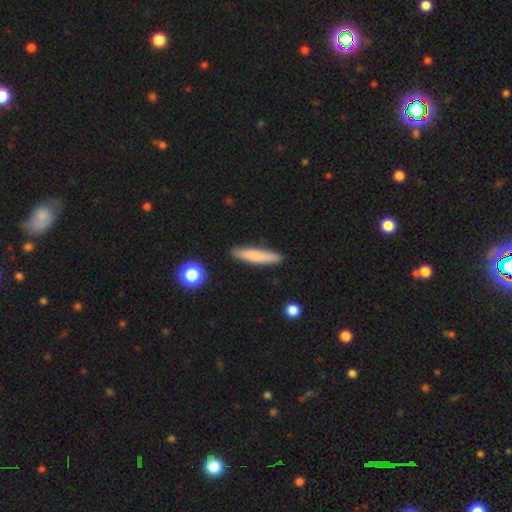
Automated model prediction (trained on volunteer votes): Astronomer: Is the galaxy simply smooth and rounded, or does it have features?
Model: smooth — 76%.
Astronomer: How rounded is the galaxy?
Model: cigar-shaped — 89%.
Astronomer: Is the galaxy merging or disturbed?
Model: none — 88%.